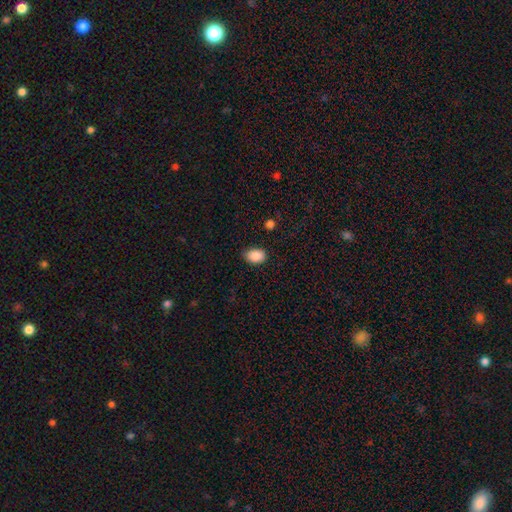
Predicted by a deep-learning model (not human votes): Morphology: type=smooth (89%); roundness=in between (80%); merging=none (76%).